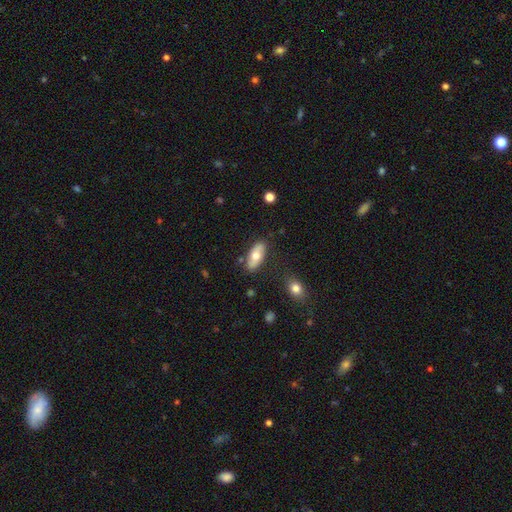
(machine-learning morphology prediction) Q: Smooth or featured?
A: smooth (67%); runner-up: featured or disk (27%)
Q: How rounded?
A: in between (82%); runner-up: cigar-shaped (15%)
Q: Merging?
A: none (82%); runner-up: minor disturbance (12%)